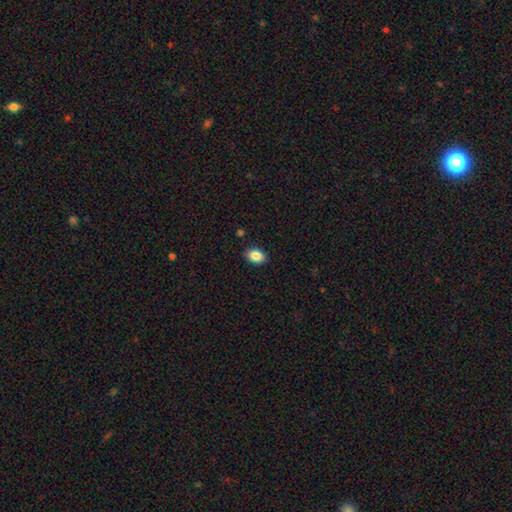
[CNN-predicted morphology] Overall: smooth (86%). How rounded: in between (78%). Merging: none (89%).